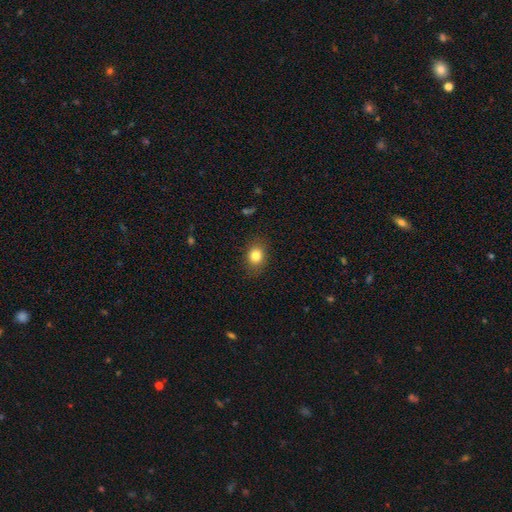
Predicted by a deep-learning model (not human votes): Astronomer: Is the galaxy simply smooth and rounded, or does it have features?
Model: smooth — 82%.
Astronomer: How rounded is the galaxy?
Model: in between — 51% (runner-up: round, 48%).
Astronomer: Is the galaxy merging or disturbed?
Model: none — 84%.